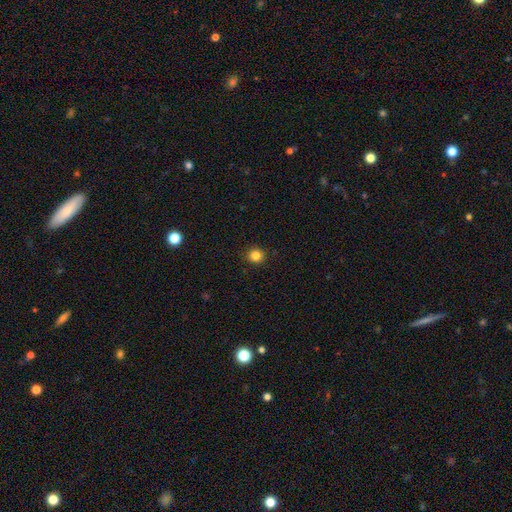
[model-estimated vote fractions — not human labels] Smooth or featured? Predicted: smooth (p=0.84). How rounded? Predicted: round (p=0.88). Merging? Predicted: none (p=0.92).